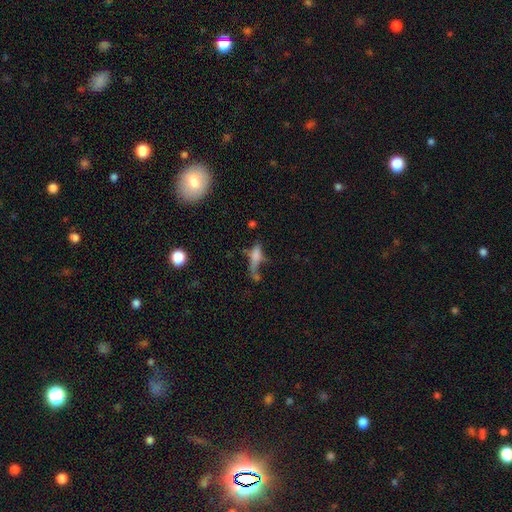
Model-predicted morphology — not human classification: Smooth or featured? Predicted: smooth (p=0.55). How rounded? Predicted: cigar-shaped (p=0.50). Merging? Predicted: major disturbance (p=0.30).